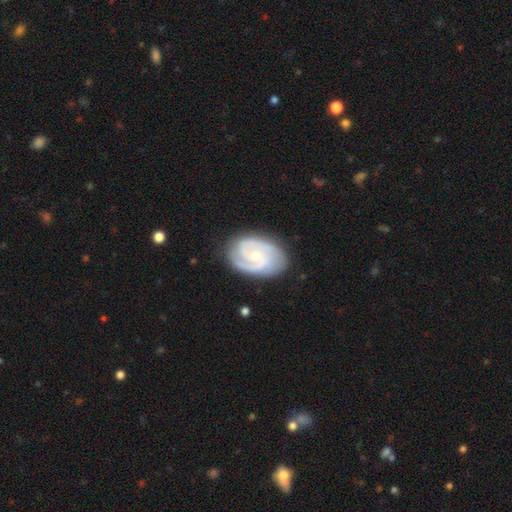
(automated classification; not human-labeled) A featured or disk galaxy (87%) with no bar (57%), 2 (67%) tight (60%) spiral arms (98%) and a small central bulge (66%). Merging: none (81%).